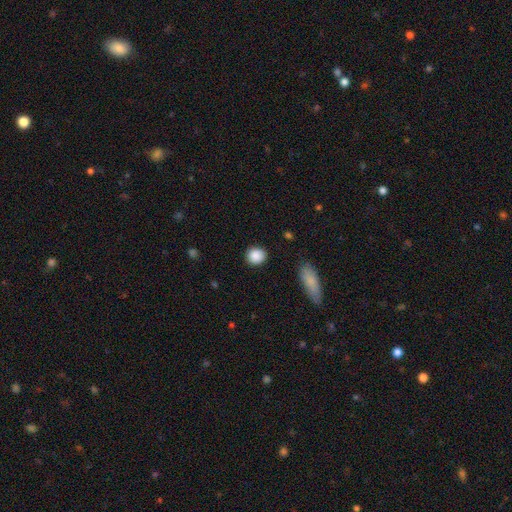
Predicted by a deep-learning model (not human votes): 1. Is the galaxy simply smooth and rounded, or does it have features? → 89% smooth, 8% star or artifact, 3% featured or disk.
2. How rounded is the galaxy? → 80% round, 18% in between, 2% cigar-shaped.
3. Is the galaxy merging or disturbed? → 88% none, 8% minor disturbance, 2% major disturbance, 1% merger.